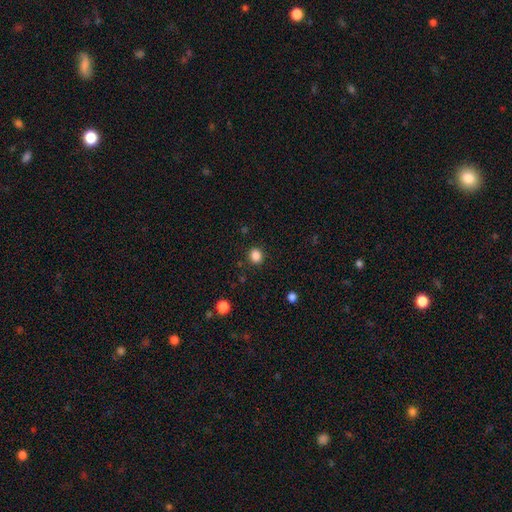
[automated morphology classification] smooth-or-featured: smooth: 85% | star or artifact: 12% | featured or disk: 3%
  how-rounded: round: 76% | in between: 23% | cigar-shaped: 1%
  merging: none: 89% | minor disturbance: 7% | major disturbance: 3% | merger: 1%